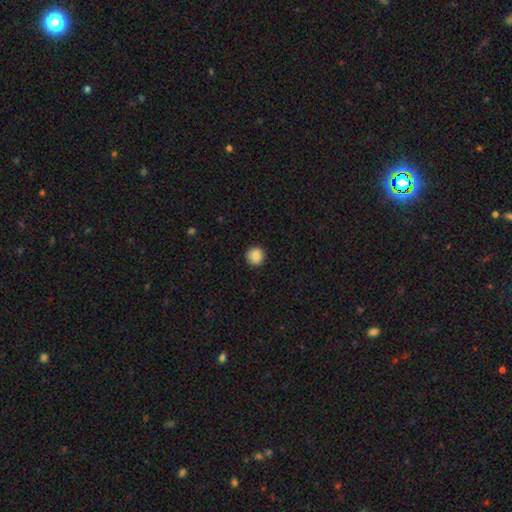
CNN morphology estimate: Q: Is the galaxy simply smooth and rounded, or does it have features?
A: smooth — 88%.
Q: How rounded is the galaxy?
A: round — 93%.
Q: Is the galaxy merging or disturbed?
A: none — 90%.